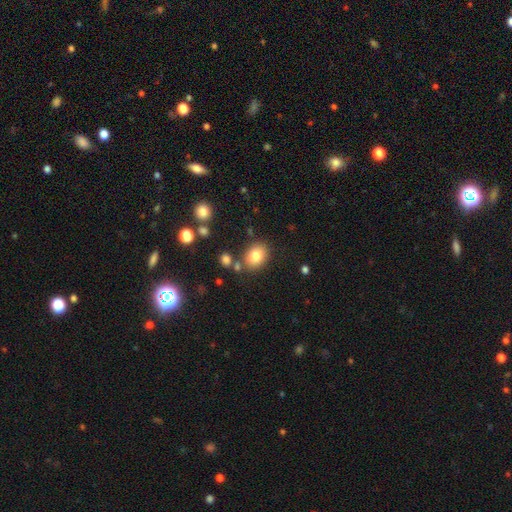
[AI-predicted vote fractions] Smooth or featured? Predicted: smooth (p=0.81). How rounded? Predicted: in between (p=0.63). Merging? Predicted: none (p=0.78).